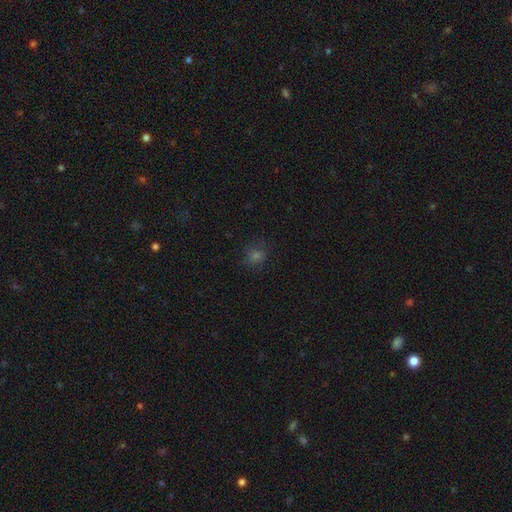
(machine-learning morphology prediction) smooth-or-featured: smooth: 63% | star or artifact: 28% | featured or disk: 10%
  how-rounded: round: 79% | in between: 20% | cigar-shaped: 1%
  merging: none: 80% | minor disturbance: 13% | major disturbance: 5% | merger: 1%